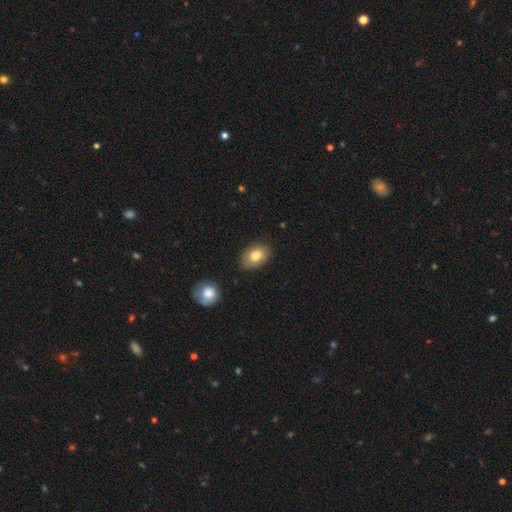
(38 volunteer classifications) Q: Smooth or featured?
A: smooth (76%); runner-up: featured or disk (13%)
Q: How rounded?
A: in between (90%); runner-up: round (10%)
Q: Merging?
A: none (97%); runner-up: minor disturbance (3%)